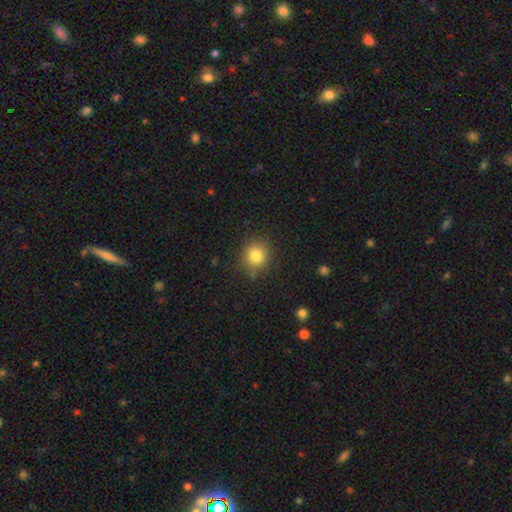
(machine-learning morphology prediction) A smooth galaxy with no disk features (82%) that is round (86%).

Vote fractions:
- Smooth or featured? smooth: 82% / star or artifact: 12% / featured or disk: 7%
- How rounded? round: 86% / in between: 13% / cigar-shaped: 1%
- Merging? none: 84% / minor disturbance: 11% / major disturbance: 3% / merger: 2%